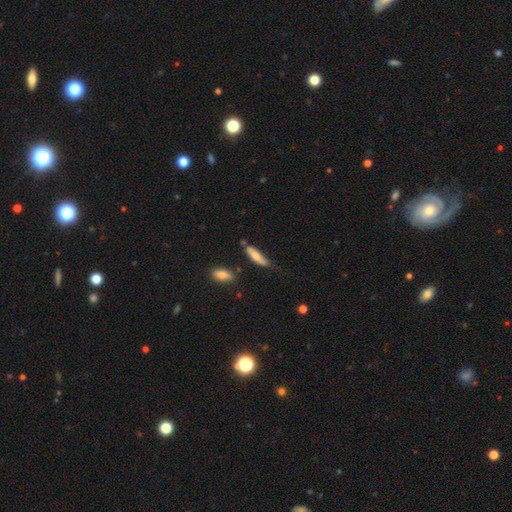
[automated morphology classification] smooth 69%, featured or disk 25%, star or artifact 7%. Down the decision tree: how rounded — cigar-shaped (61%); merging — none (46%).